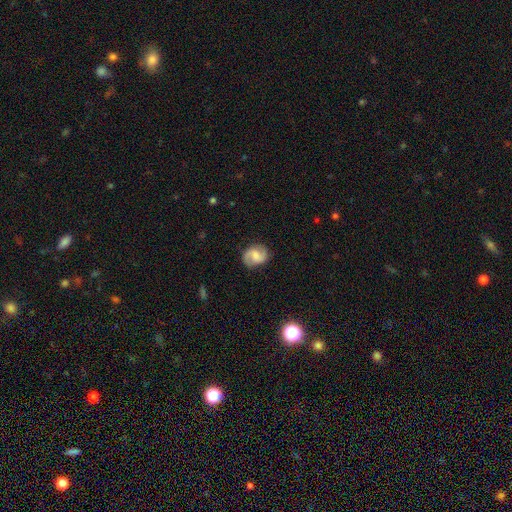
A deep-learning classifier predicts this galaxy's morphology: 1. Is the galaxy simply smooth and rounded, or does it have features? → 63% featured or disk, 29% smooth, 7% star or artifact.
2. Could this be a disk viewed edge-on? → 98% no, 2% yes.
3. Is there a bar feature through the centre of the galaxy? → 50% weak, 38% no, 12% strong.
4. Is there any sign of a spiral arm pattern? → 93% yes, 7% no.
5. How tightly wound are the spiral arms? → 48% medium, 32% loose, 20% tight.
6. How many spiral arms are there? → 89% 2, 5% can't tell, 3% 1, 1% 3, 1% 4, 1% more than 4.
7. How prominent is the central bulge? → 38% moderate, 31% small, 20% none, 9% large, 2% dominant.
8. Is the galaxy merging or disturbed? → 82% none, 13% minor disturbance, 4% major disturbance, 1% merger.